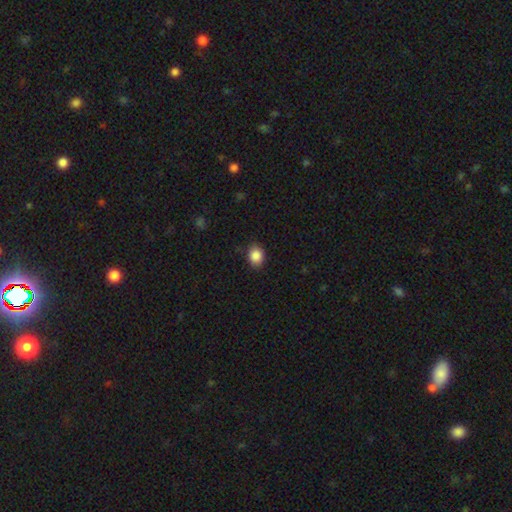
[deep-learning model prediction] This is clearly a smooth galaxy (87%). How rounded: possibly in between (52%). Merging: clearly none (83%).